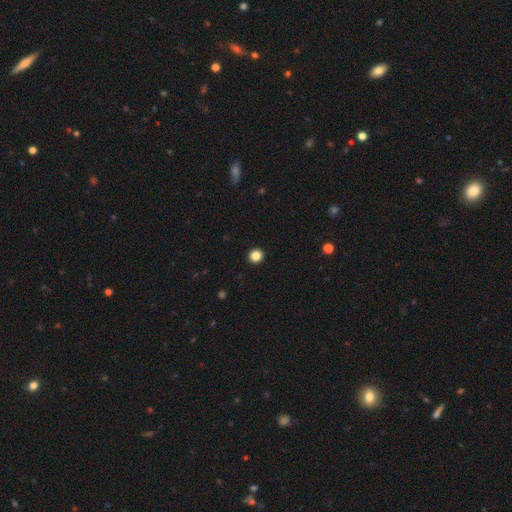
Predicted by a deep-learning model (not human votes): Q: Smooth or featured?
A: smooth (85%); runner-up: star or artifact (12%)
Q: How rounded?
A: round (95%); runner-up: in between (4%)
Q: Merging?
A: none (94%); runner-up: minor disturbance (4%)